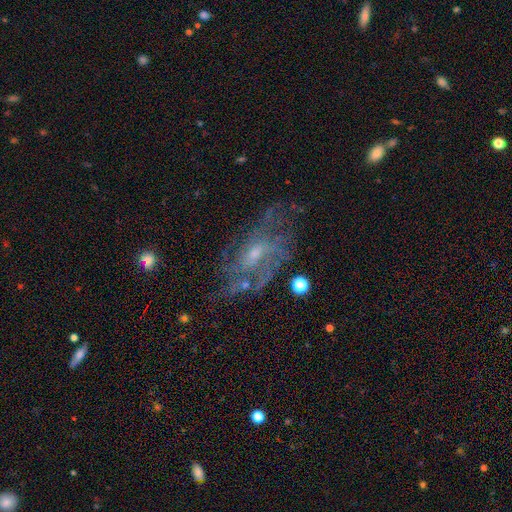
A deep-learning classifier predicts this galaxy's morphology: Overall: featured or disk (79%). Edge-on disk: no (94%). Bar: no (46%; weak 44%). Spiral arms: yes (88%). Spiral arm count: can't tell (37%; 2 23%). Spiral winding: medium (45%; tight 33%). Bulge size: small (57%; moderate 33%). Merging: none (64%).